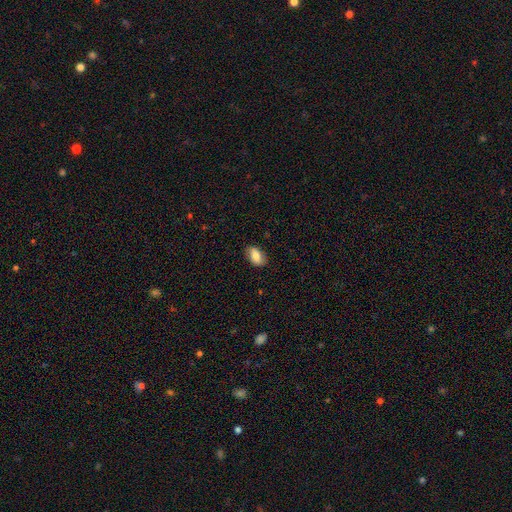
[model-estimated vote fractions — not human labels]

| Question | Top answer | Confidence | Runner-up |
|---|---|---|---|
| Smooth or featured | smooth | 79% | featured or disk (14%) |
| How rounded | in between | 90% | round (8%) |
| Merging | none | 85% | minor disturbance (12%) |